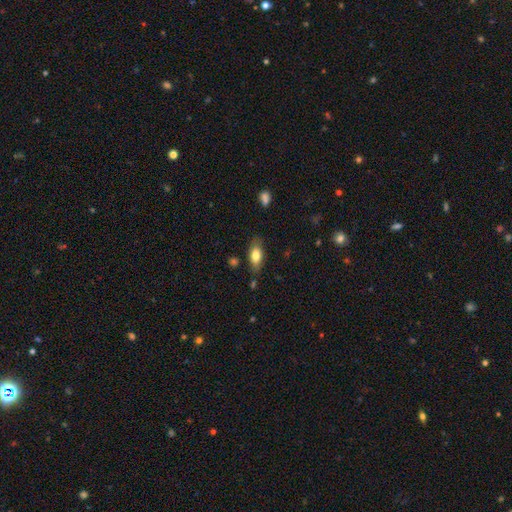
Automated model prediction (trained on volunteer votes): Smooth or featured?
  - smooth: 75% *
  - featured or disk: 18%
  - star or artifact: 7%
How rounded?
  - in between: 86% *
  - cigar-shaped: 10%
  - round: 4%
Merging?
  - none: 77% *
  - minor disturbance: 17%
  - major disturbance: 4%
  - merger: 3%